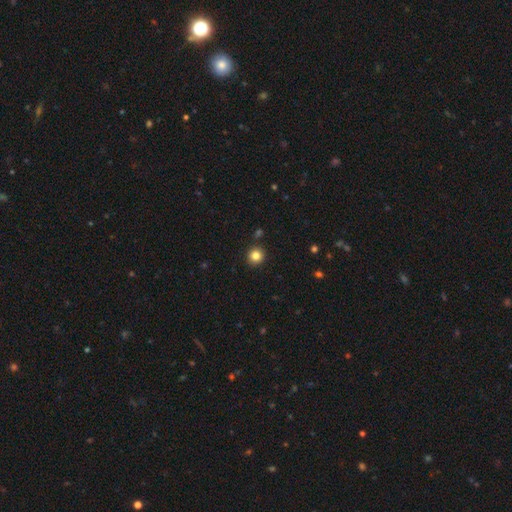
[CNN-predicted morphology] Smooth or featured? Predicted: smooth (p=0.84). How rounded? Predicted: round (p=0.93). Merging? Predicted: none (p=0.91).